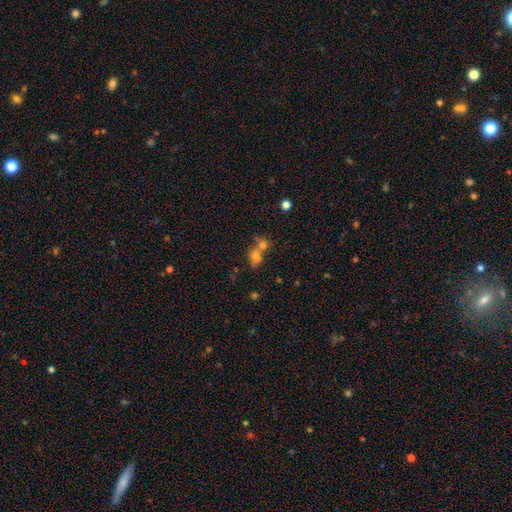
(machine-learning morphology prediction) The model was most divided on "how rounded": round: 59%, in between: 39%, cigar-shaped: 2%. More confident: smooth or featured — smooth (68%); merging — merger (54%).